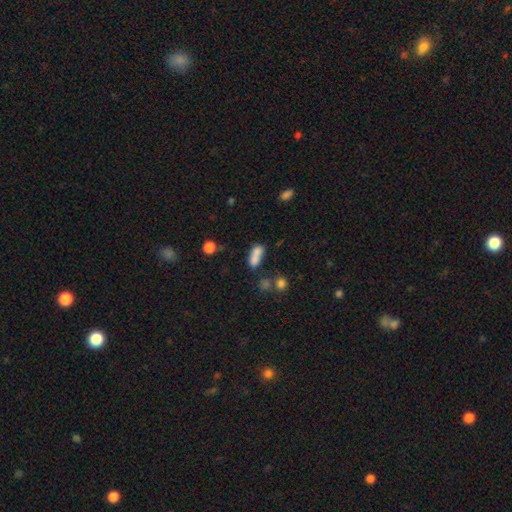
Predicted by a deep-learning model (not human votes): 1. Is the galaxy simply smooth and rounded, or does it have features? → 73% smooth, 14% featured or disk, 13% star or artifact.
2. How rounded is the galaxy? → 72% in between, 19% cigar-shaped, 10% round.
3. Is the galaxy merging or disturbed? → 43% merger, 32% none, 16% minor disturbance, 10% major disturbance.